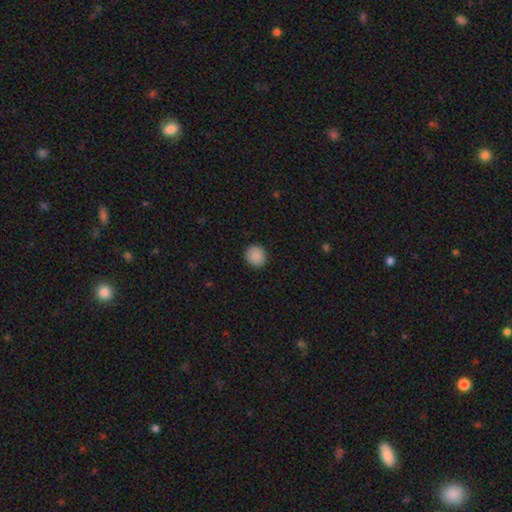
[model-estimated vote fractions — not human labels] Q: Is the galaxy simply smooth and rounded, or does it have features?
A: smooth — 89%.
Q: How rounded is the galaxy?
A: round — 88%.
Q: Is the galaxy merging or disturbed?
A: none — 91%.